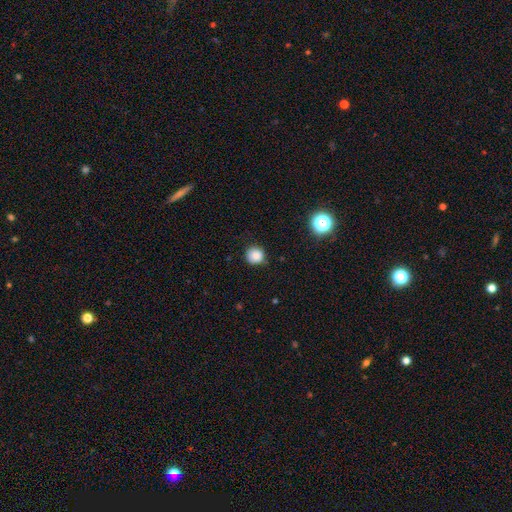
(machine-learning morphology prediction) type=smooth (85%); roundness=round (93%); merging=none (85%).